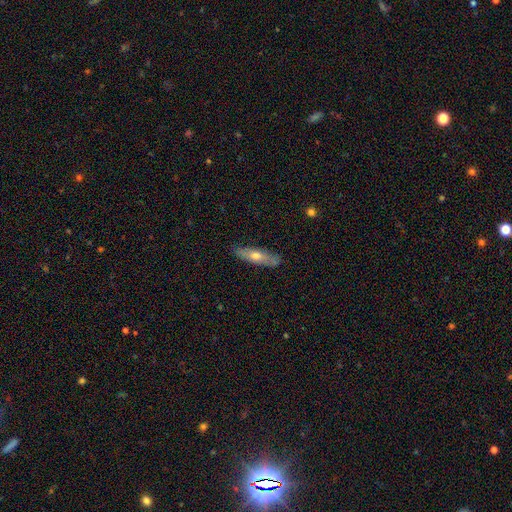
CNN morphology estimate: This appears to be a smooth galaxy with no disk features (49%). Merging: none (85%).